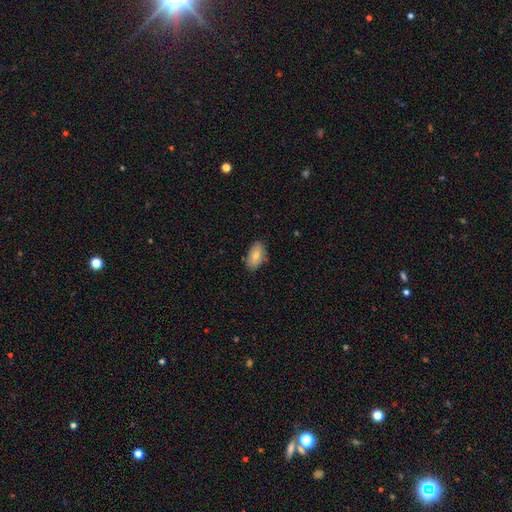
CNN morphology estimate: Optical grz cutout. It shows a smooth galaxy with no disk features (77%) that is in between round and cigar-shaped (93%). Merging: none (81%).